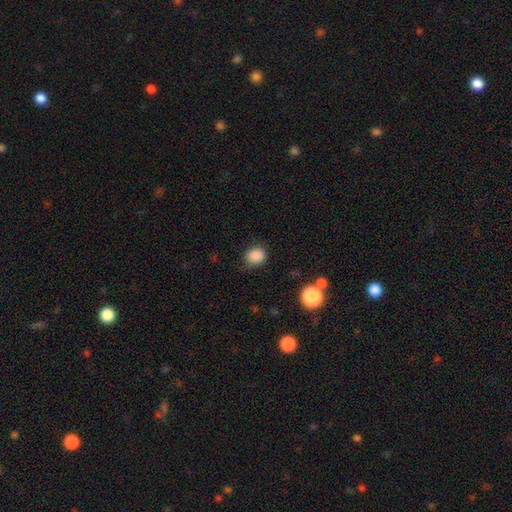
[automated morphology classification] smooth_or_featured: smooth (p=0.86) [alt: star or artifact p=0.10]
how_rounded: round (p=0.69) [alt: in between p=0.30]
merging: none (p=0.75) [alt: minor disturbance p=0.19]